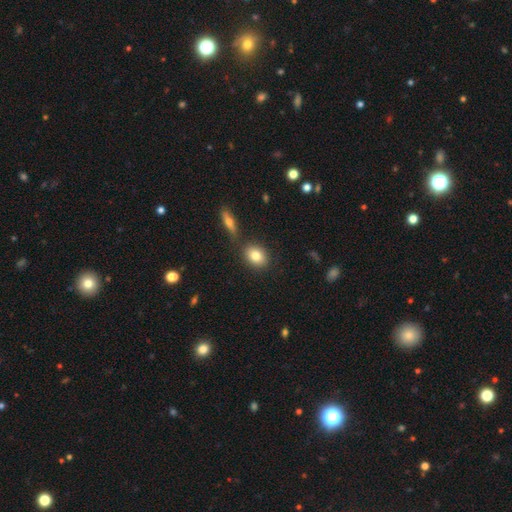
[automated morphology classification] type=smooth (80%); roundness=in between (66%); merging=none (77%).